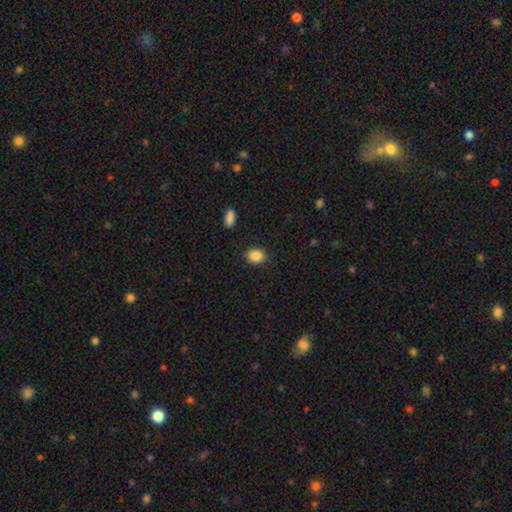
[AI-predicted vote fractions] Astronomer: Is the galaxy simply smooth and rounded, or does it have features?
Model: smooth — 88%.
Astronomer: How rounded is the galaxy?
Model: in between — 57% (runner-up: round, 42%).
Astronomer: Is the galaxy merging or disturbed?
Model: none — 88%.